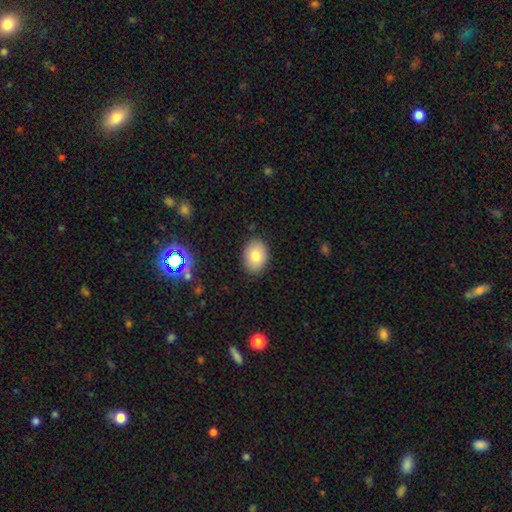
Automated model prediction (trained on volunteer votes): Overall: smooth (79%). How rounded: in between (73%). Merging: none (88%).